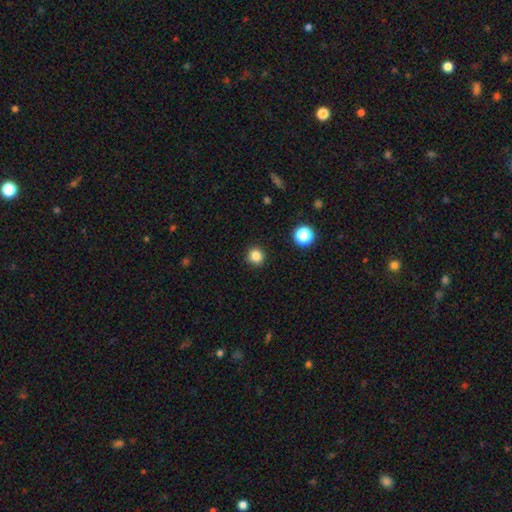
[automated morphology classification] Q: Smooth or featured?
A: smooth (83%); runner-up: star or artifact (13%)
Q: How rounded?
A: round (91%); runner-up: in between (8%)
Q: Merging?
A: none (91%); runner-up: minor disturbance (6%)